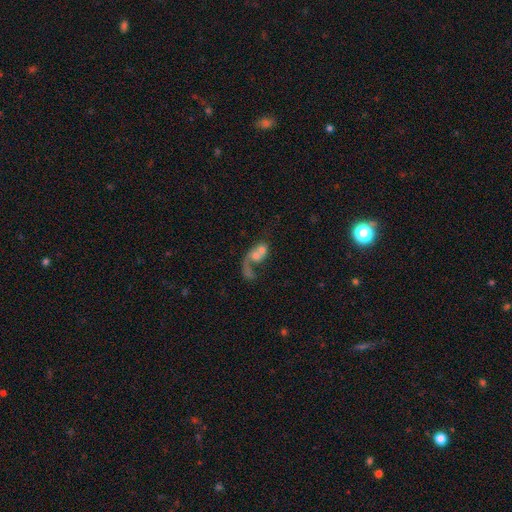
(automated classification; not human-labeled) The model was most divided on "smooth or featured": featured or disk: 49%, smooth: 40%, star or artifact: 11%. More confident: merging — merger (61%).